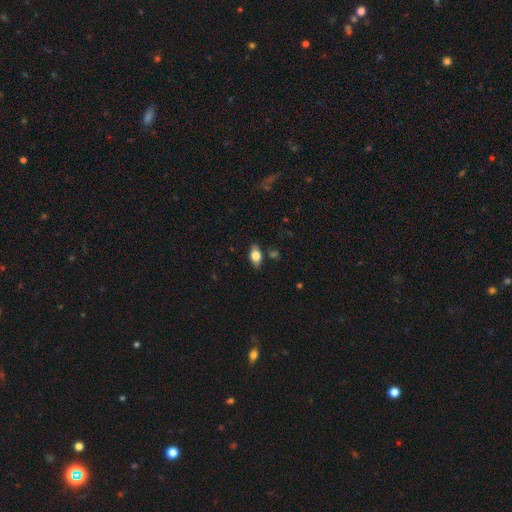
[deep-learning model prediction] A smooth galaxy with no disk features (75%) that is in between round and cigar-shaped (88%). Merging: none (82%).